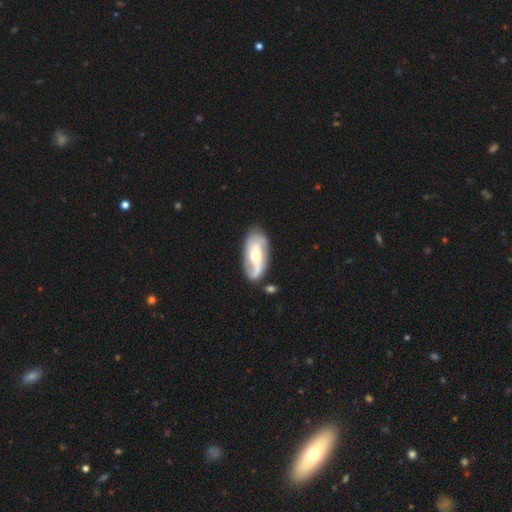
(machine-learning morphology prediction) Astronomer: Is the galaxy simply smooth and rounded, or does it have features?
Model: featured or disk — 75%.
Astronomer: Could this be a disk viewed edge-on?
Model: no — 94%.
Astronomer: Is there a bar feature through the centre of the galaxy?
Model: weak — 41% (runner-up: no, 38%).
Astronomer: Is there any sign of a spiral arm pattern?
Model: yes — 93%.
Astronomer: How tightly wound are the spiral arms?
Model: medium — 41% (runner-up: loose, 39%).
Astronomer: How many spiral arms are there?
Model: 2 — 74%.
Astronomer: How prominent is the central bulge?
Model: moderate — 55%.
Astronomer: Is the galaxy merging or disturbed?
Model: none — 70%.